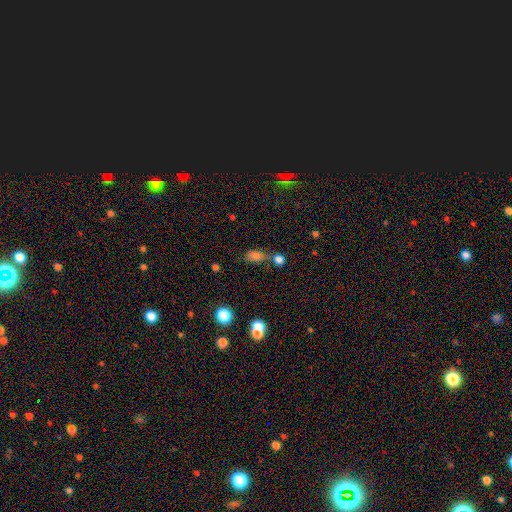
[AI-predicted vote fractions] Q: Smooth or featured?
A: smooth (76%); runner-up: star or artifact (16%)
Q: How rounded?
A: in between (82%); runner-up: round (12%)
Q: Merging?
A: none (45%); runner-up: merger (29%)